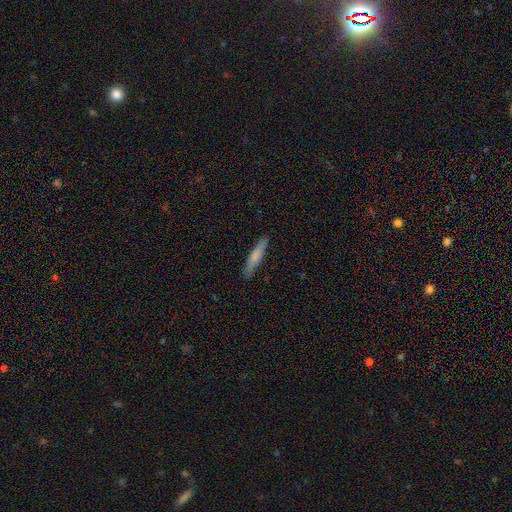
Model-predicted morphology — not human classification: The model was most divided on "smooth or featured": smooth: 72%, featured or disk: 22%, star or artifact: 5%. More confident: how rounded — cigar-shaped (89%); merging — none (88%).